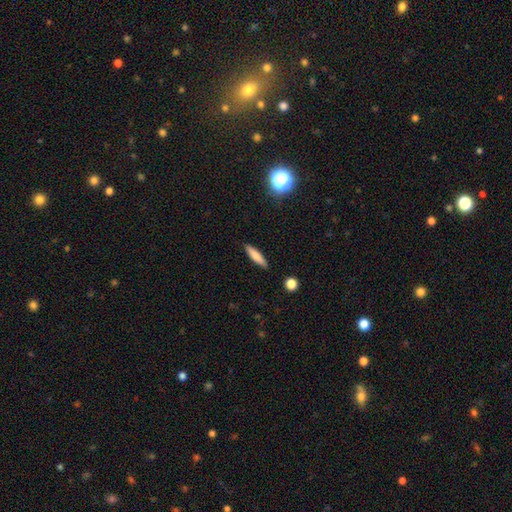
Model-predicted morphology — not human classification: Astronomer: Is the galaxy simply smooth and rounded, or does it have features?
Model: smooth — 77%.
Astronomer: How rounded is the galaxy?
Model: cigar-shaped — 80%.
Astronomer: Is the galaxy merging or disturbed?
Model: none — 89%.